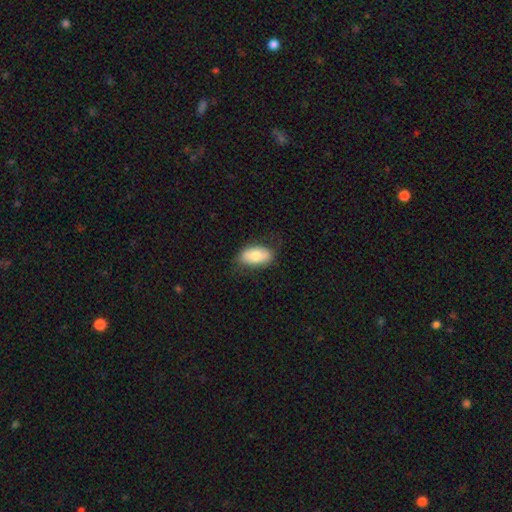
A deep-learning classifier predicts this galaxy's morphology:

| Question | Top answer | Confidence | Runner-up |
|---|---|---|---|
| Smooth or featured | smooth | 74% | featured or disk (20%) |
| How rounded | in between | 93% | round (4%) |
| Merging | none | 77% | minor disturbance (18%) |